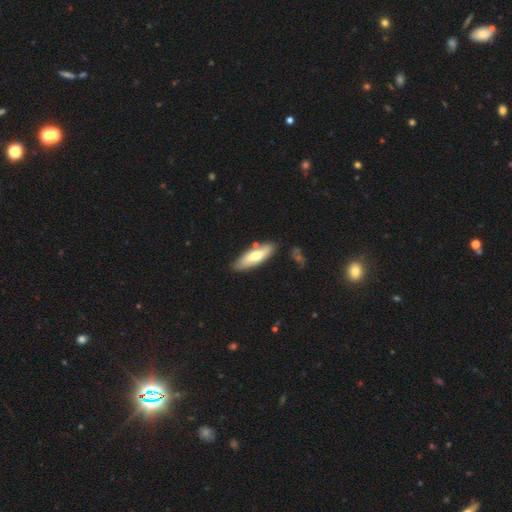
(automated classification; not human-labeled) smooth 59%, featured or disk 36%, star or artifact 5%. Down the decision tree: how rounded — in between (52%); merging — none (80%).